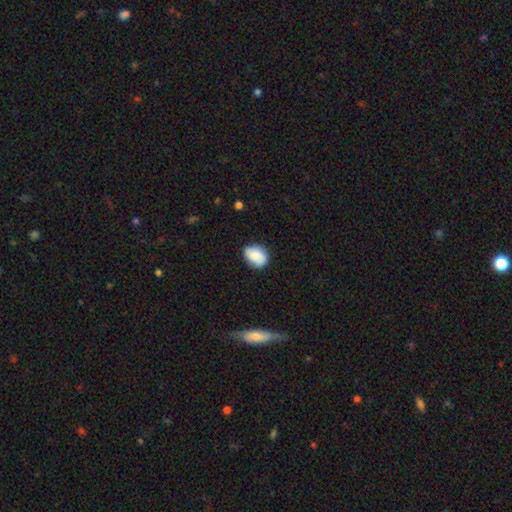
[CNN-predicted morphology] A smooth galaxy with no disk features (75%) that is in between round and cigar-shaped (66%). Merging: none (77%).